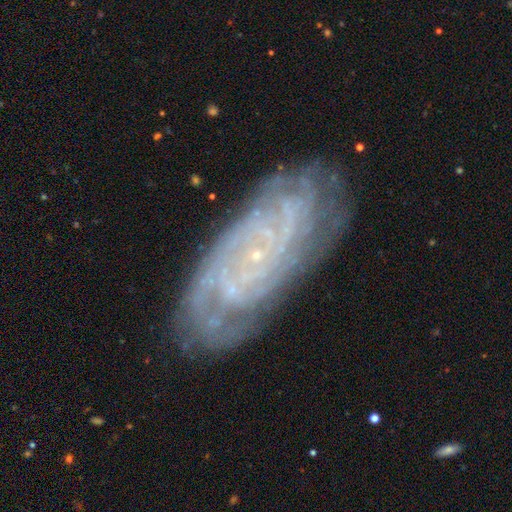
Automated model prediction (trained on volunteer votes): smooth-or-featured: featured or disk: 84% | smooth: 9% | star or artifact: 8%
  disk-edge-on: no: 92% | yes: 8%
    bar: no: 73% | weak: 21% | strong: 7%
    has-spiral-arms: yes: 95% | no: 5%
      spiral-winding: tight: 75% | medium: 20% | loose: 5%
      spiral-arm-count: can't tell: 36% | 4: 16% | 2: 14% | 3: 13% | more than 4: 13% | 1: 8%
    bulge-size: small: 88% | none: 6% | moderate: 5% | large: 1% | dominant: 1%
  merging: none: 78% | minor disturbance: 15% | major disturbance: 5% | merger: 2%